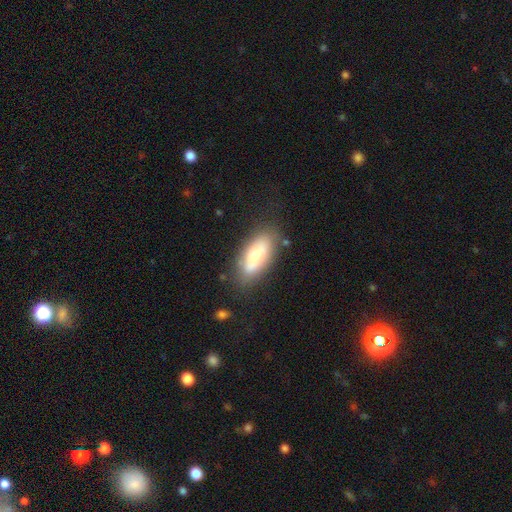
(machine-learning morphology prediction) Smooth or featured? smooth (60%)
How rounded? in between (82%)
Merging? none (75%)